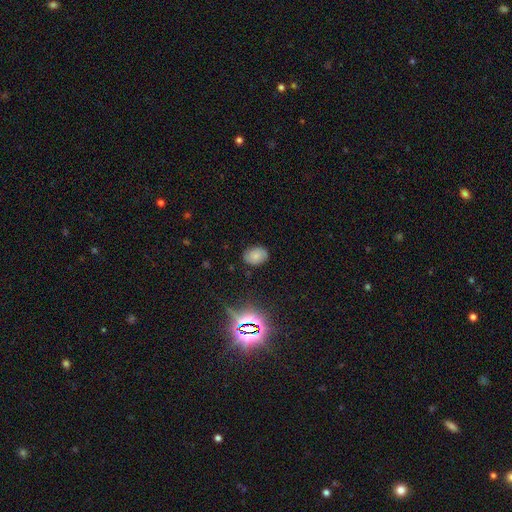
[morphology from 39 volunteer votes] smooth_or_featured: smooth (p=0.74) [alt: featured or disk p=0.21]
how_rounded: in between (p=0.86) [alt: round p=0.14]
merging: none (p=0.84) [alt: minor disturbance p=0.08]